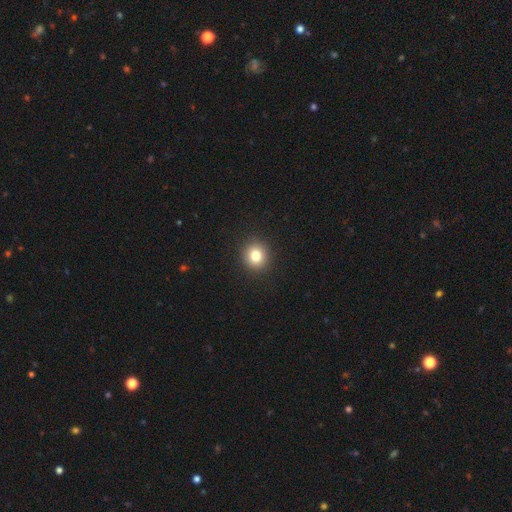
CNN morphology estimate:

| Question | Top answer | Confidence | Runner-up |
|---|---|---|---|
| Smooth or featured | smooth | 81% | star or artifact (12%) |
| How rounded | round | 87% | in between (12%) |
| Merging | none | 92% | minor disturbance (5%) |